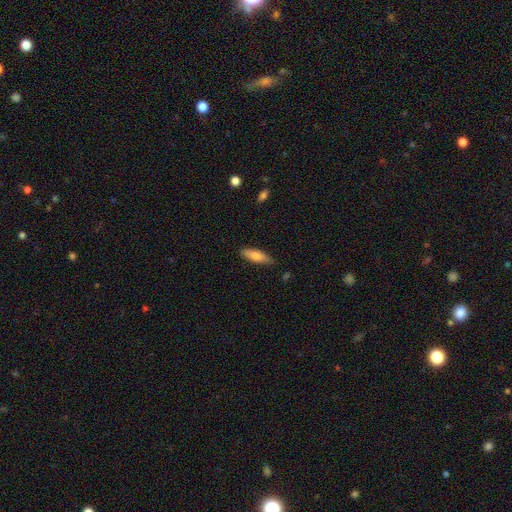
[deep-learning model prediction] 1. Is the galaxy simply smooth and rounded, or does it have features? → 77% smooth, 17% featured or disk, 6% star or artifact.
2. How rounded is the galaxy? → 53% cigar-shaped, 46% in between, 2% round.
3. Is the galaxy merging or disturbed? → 84% none, 12% minor disturbance, 2% major disturbance, 1% merger.